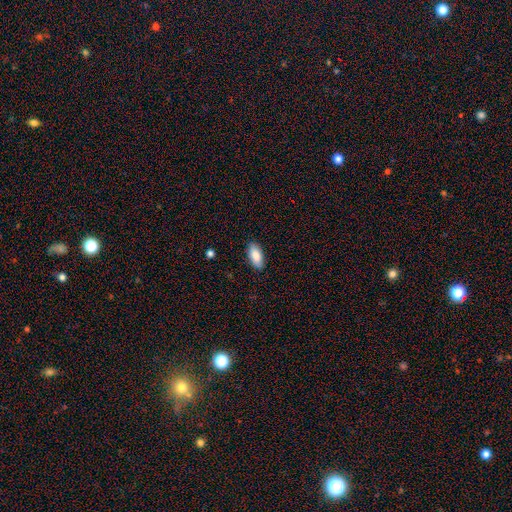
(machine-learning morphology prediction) This appears to be a smooth galaxy with no disk features (86%) that is in between round and cigar-shaped (88%). Merging: none (89%).